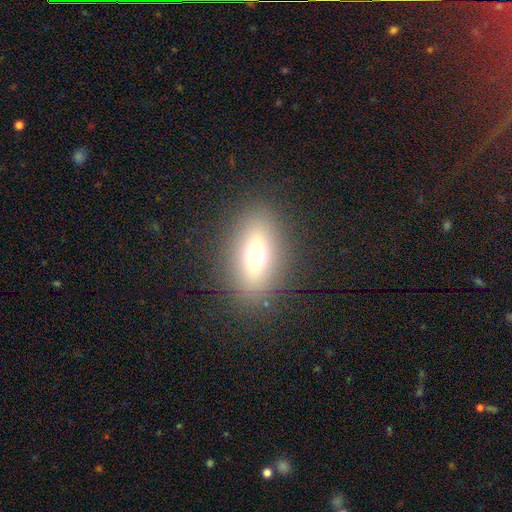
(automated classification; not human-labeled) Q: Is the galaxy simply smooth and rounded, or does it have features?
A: smooth — 61%.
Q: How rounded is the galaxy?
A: in between — 75%.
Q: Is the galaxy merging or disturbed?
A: none — 85%.